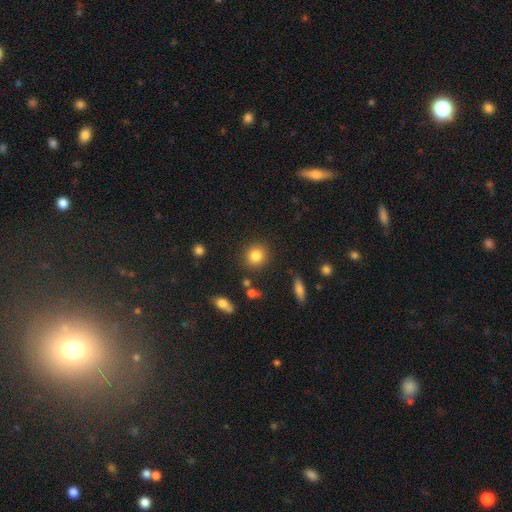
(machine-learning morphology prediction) A smooth galaxy with no disk features (83%) that is round (87%). Merging: none (87%).